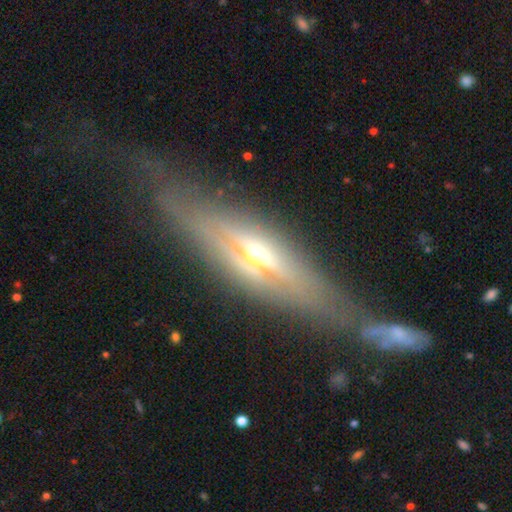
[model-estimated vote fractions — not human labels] Smooth or featured? Predicted: featured or disk (p=0.76). Edge-on disk? Predicted: yes (p=0.83). Edge-on bulge? Predicted: rounded (p=0.89). Merging? Predicted: none (p=0.74).